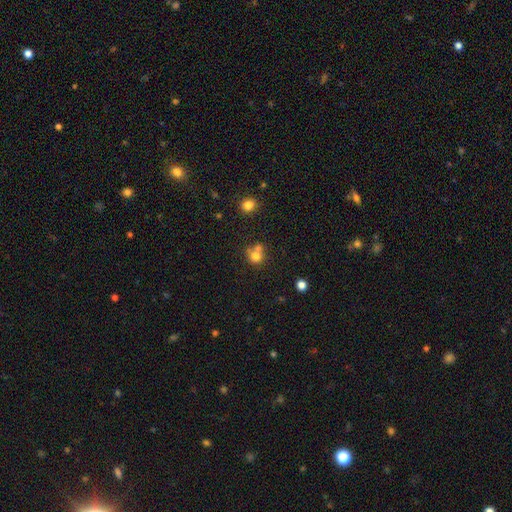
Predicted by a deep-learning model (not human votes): This is likely a smooth galaxy (75%). How rounded: clearly round (83%). Merging: marginally none (44%).